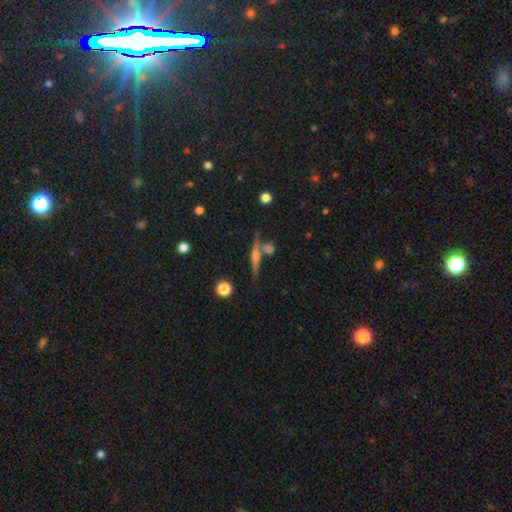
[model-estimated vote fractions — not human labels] Overall: featured or disk (73%). Edge-on disk: yes (97%). Edge-on bulge: rounded (83%). Merging: none (76%).